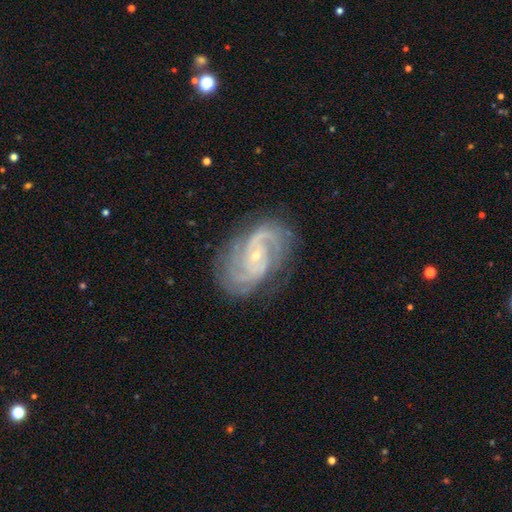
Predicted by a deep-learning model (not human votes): featured or disk 90%, star or artifact 6%, smooth 4%. Down the decision tree: edge-on disk — no (97%); bar — no (61%); spiral arms — yes (98%); spiral arm count — 2 (49%); spiral winding — tight (54%); bulge size — small (80%); merging — none (77%).